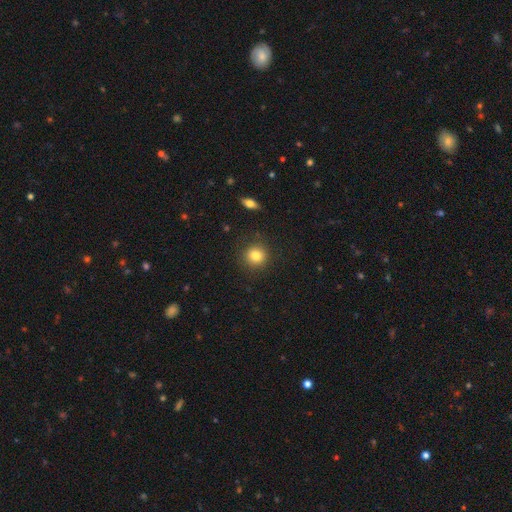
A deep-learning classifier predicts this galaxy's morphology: smooth 82%, star or artifact 11%, featured or disk 8%. Down the decision tree: how rounded — round (90%); merging — none (88%).